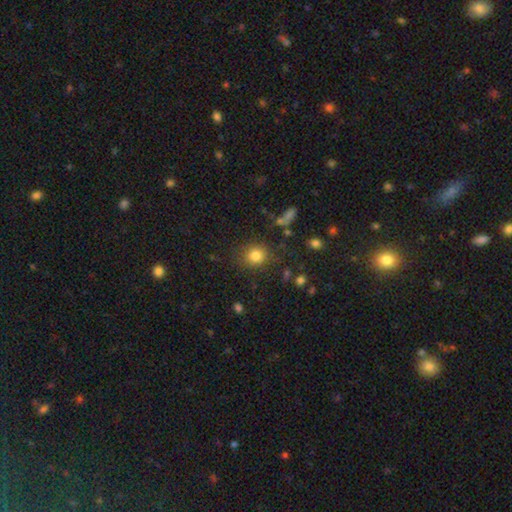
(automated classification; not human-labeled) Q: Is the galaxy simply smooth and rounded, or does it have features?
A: smooth — 82%.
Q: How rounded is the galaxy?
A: round — 81%.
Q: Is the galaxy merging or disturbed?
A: none — 82%.